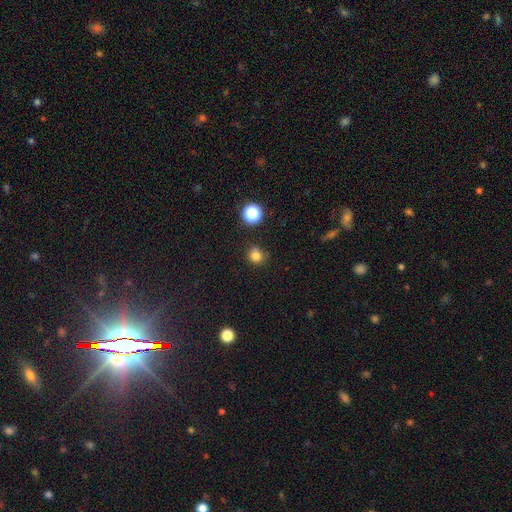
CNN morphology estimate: smooth-or-featured: smooth: 78% | star or artifact: 16% | featured or disk: 6%
  how-rounded: round: 82% | in between: 17% | cigar-shaped: 1%
  merging: none: 70% | minor disturbance: 18% | merger: 7% | major disturbance: 5%